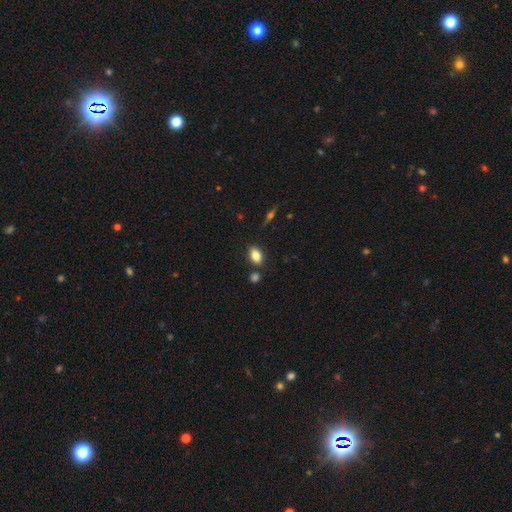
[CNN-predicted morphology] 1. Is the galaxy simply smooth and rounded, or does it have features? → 82% smooth, 10% featured or disk, 8% star or artifact.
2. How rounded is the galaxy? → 85% in between, 11% round, 3% cigar-shaped.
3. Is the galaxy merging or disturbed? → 79% none, 11% minor disturbance, 8% merger, 3% major disturbance.